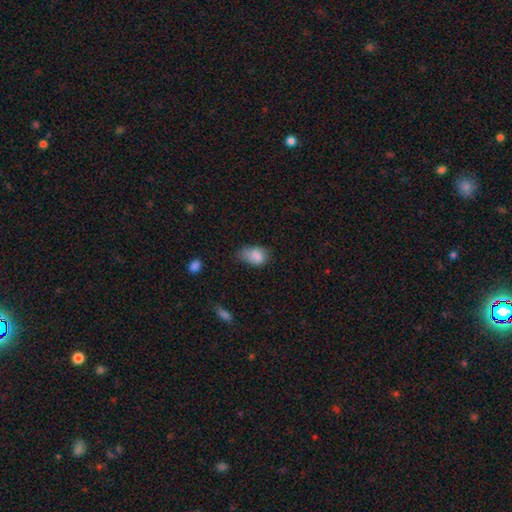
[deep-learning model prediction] This is clearly a smooth galaxy (83%). How rounded: clearly in between (83%). Merging: marginally none (43%).